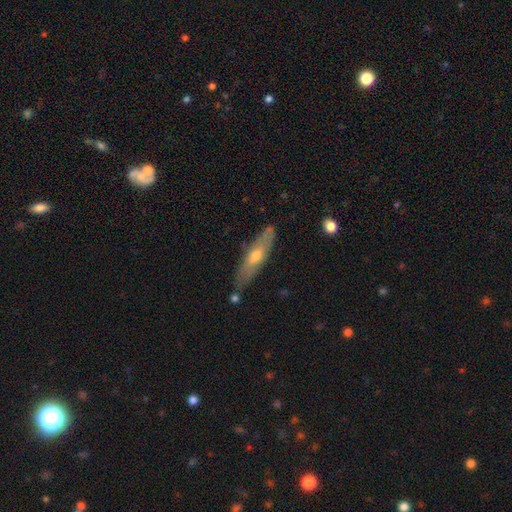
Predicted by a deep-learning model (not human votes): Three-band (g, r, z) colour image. It shows a featured or disk galaxy (56%) viewed edge-on (65%). Merging: none (80%).